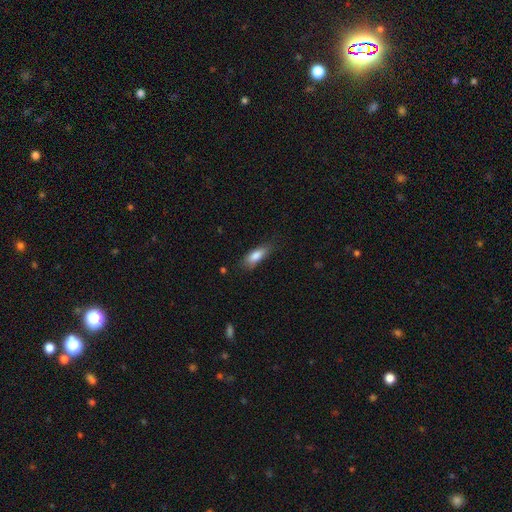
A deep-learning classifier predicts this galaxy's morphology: Overall: smooth (83%). How rounded: in between (68%; cigar-shaped 30%). Merging: none (72%).